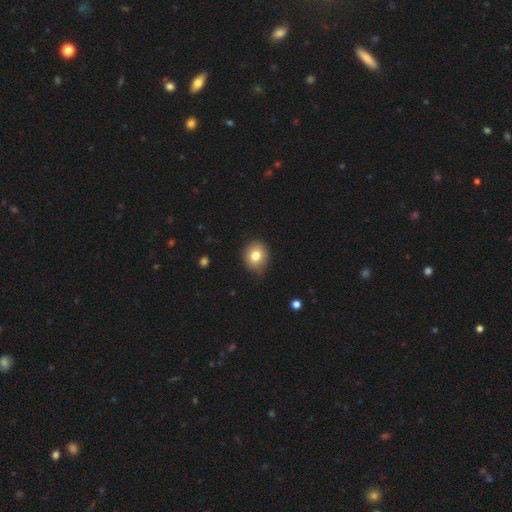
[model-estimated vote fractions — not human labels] Overall: smooth (79%). How rounded: round (71%). Merging: none (81%).